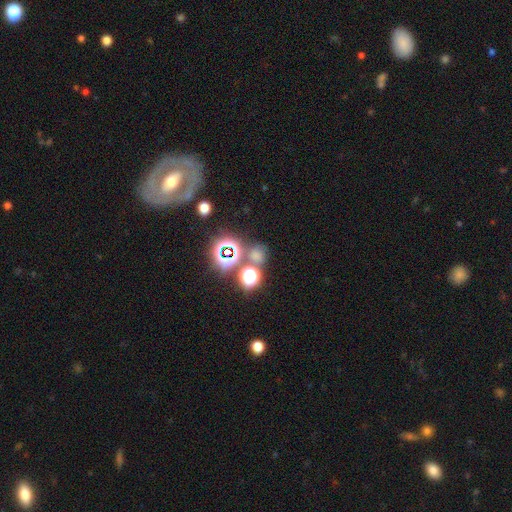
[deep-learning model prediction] Morphology: type=smooth (51%); roundness=round (77%); merging=none (63%).